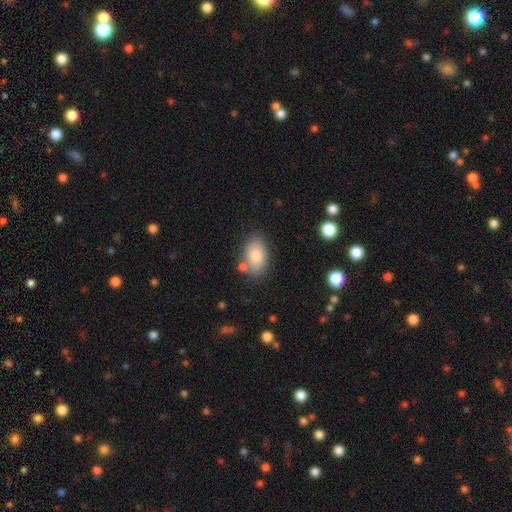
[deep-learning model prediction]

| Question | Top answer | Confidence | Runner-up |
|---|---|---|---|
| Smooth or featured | smooth | 80% | featured or disk (13%) |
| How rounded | in between | 88% | round (10%) |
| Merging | none | 70% | minor disturbance (16%) |